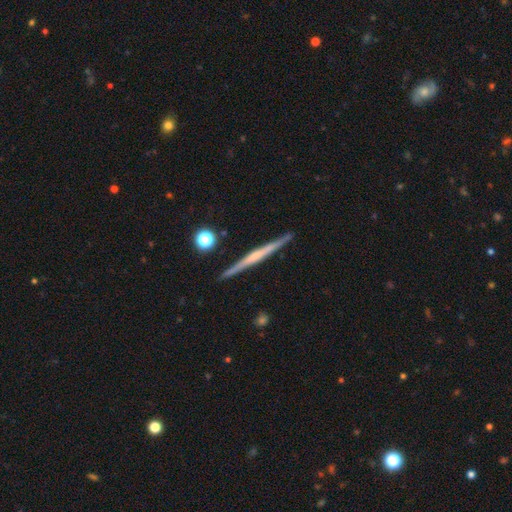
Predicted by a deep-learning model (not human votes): Smooth or featured? Predicted: featured or disk (p=0.69). Edge-on disk? Predicted: yes (p=0.98). Edge-on bulge? Predicted: none (p=0.52). Merging? Predicted: none (p=0.91).